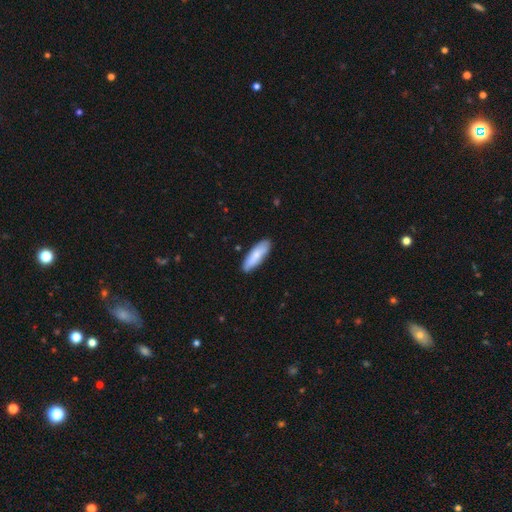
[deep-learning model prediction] Overall: smooth (79%). How rounded: in between (50%; cigar-shaped 48%). Merging: none (85%).